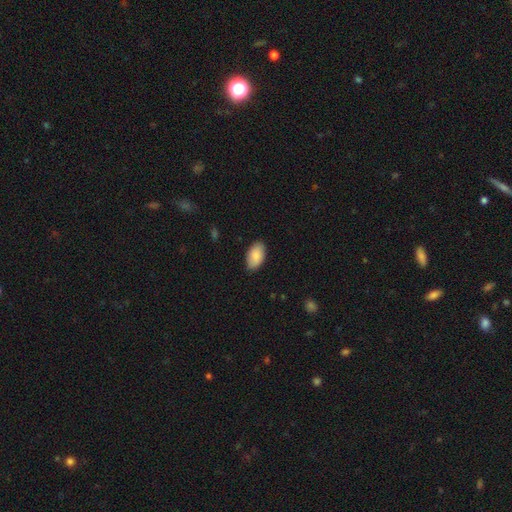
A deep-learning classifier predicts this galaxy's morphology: Smooth or featured? Predicted: smooth (p=0.88). How rounded? Predicted: in between (p=0.95). Merging? Predicted: none (p=0.86).